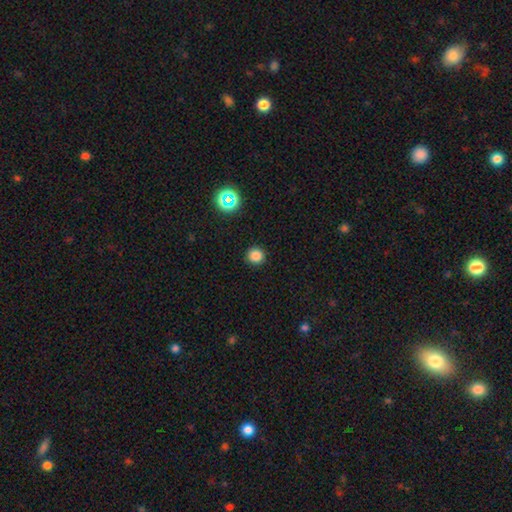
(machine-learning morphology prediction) Smooth or featured? Predicted: smooth (p=0.81). How rounded? Predicted: round (p=0.94). Merging? Predicted: none (p=0.92).